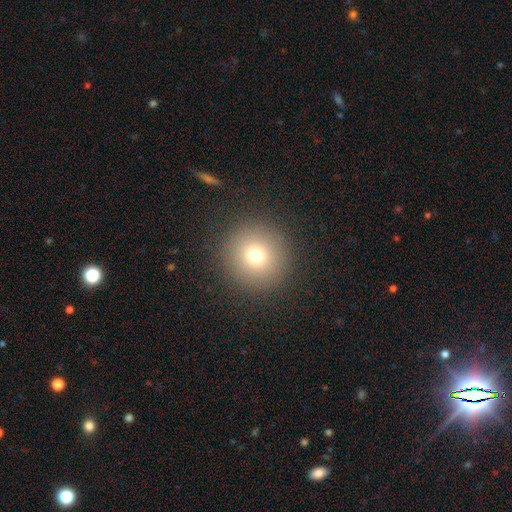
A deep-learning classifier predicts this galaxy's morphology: Smooth or featured?
  - smooth: 73% *
  - star or artifact: 15%
  - featured or disk: 12%
How rounded?
  - round: 95% *
  - in between: 4%
  - cigar-shaped: 1%
Merging?
  - none: 91% *
  - minor disturbance: 5%
  - major disturbance: 3%
  - merger: 1%